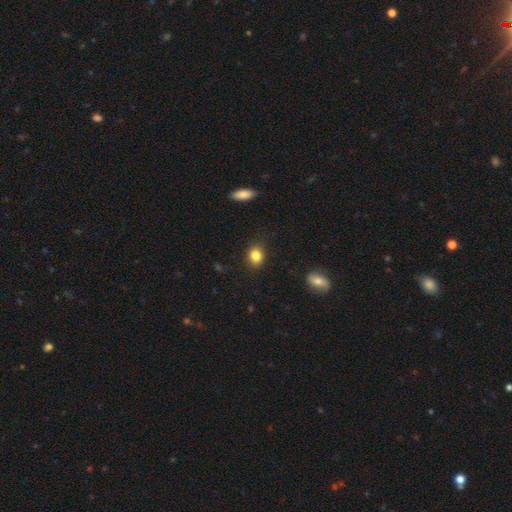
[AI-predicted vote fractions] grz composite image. It shows a smooth galaxy with no disk features (84%) that is in between round and cigar-shaped (51%). Merging: none (85%).